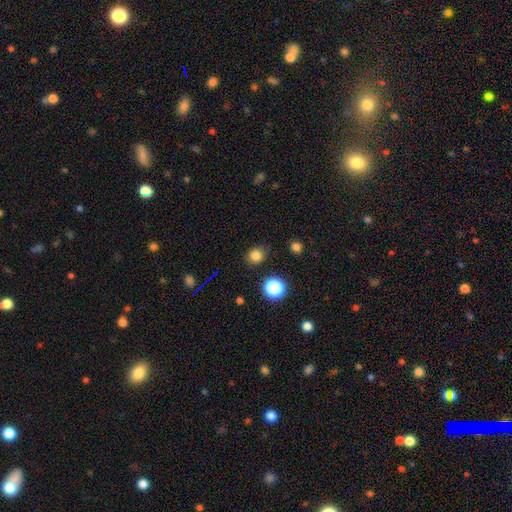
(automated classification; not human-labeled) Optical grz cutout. It shows a smooth galaxy with no disk features (80%) that is round (79%). Merging: none (85%).